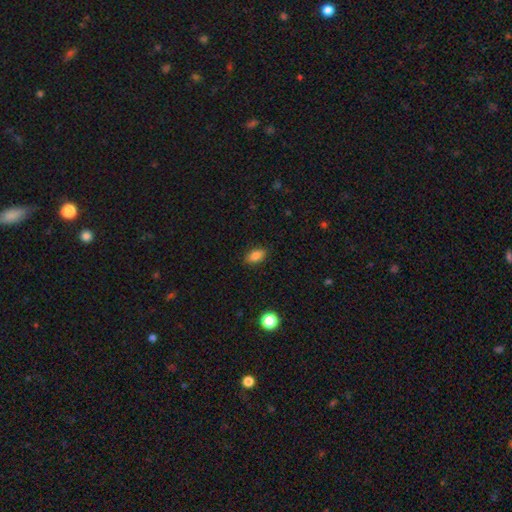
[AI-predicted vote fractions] Smooth or featured? smooth (85%)
How rounded? in between (89%)
Merging? none (88%)